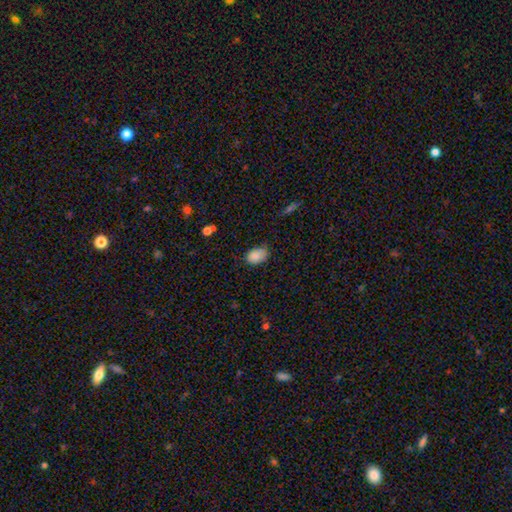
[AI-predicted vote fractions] Q: Smooth or featured?
A: smooth (86%); runner-up: star or artifact (8%)
Q: How rounded?
A: in between (83%); runner-up: round (16%)
Q: Merging?
A: none (64%); runner-up: minor disturbance (29%)